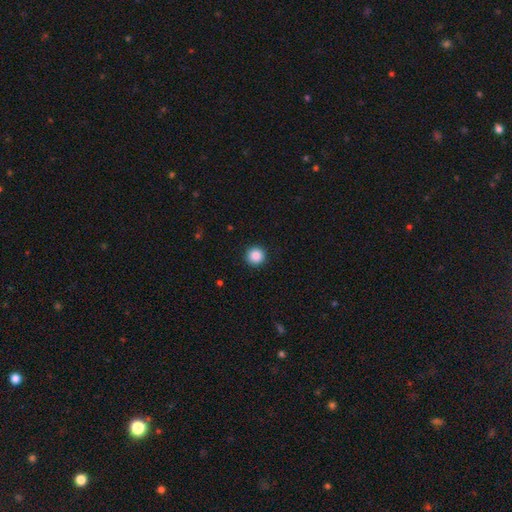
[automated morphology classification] Smooth or featured? smooth (88%)
How rounded? round (96%)
Merging? none (93%)